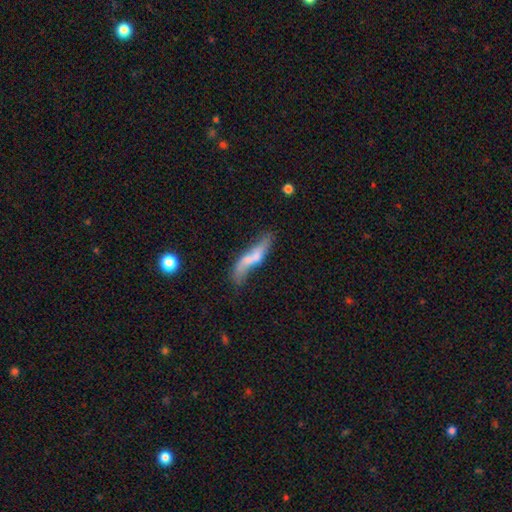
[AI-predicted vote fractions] A featured or disk galaxy (48%). Merging: none (40%).